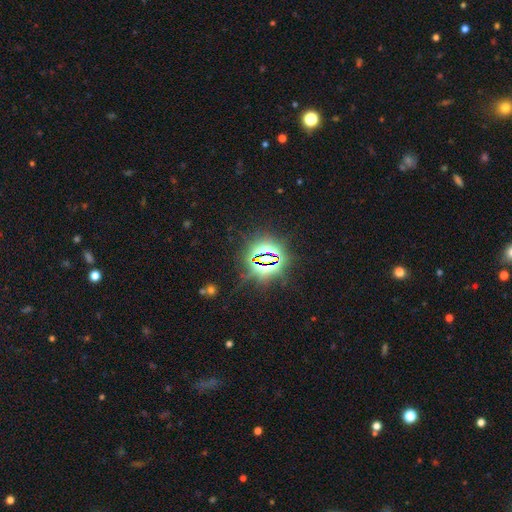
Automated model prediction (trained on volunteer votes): This is clearly a star or artifact rather than a galaxy (82%).